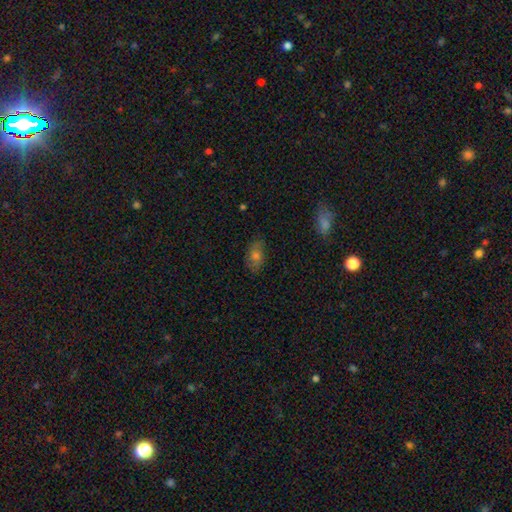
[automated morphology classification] Smooth or featured?
  - smooth: 55% *
  - featured or disk: 27%
  - star or artifact: 18%
How rounded?
  - in between: 82% *
  - round: 14%
  - cigar-shaped: 4%
Merging?
  - none: 79% *
  - minor disturbance: 16%
  - major disturbance: 4%
  - merger: 2%